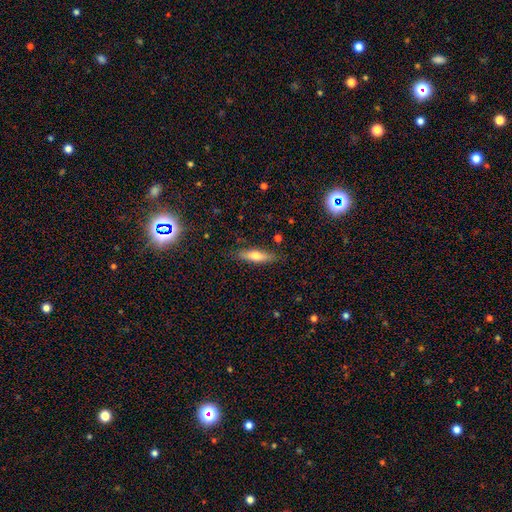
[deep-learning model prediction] A smooth galaxy with no disk features (64%) that is cigar-shaped (67%).

Vote fractions:
- Smooth or featured? smooth: 64% / featured or disk: 30% / star or artifact: 7%
- How rounded? cigar-shaped: 67% / in between: 31% / round: 2%
- Merging? none: 84% / minor disturbance: 12% / major disturbance: 3% / merger: 2%